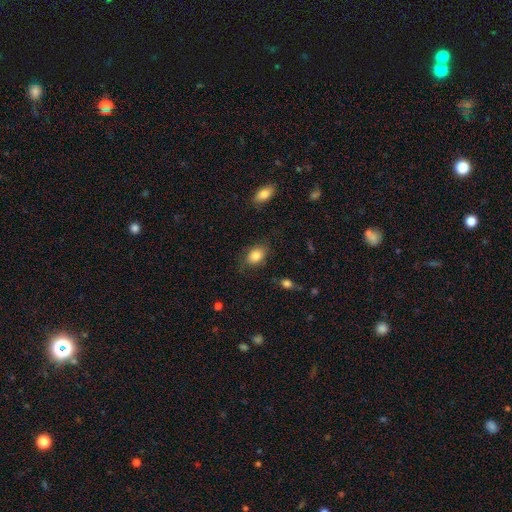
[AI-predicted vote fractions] Morphology: type=smooth (83%); roundness=in between (80%); merging=none (75%).